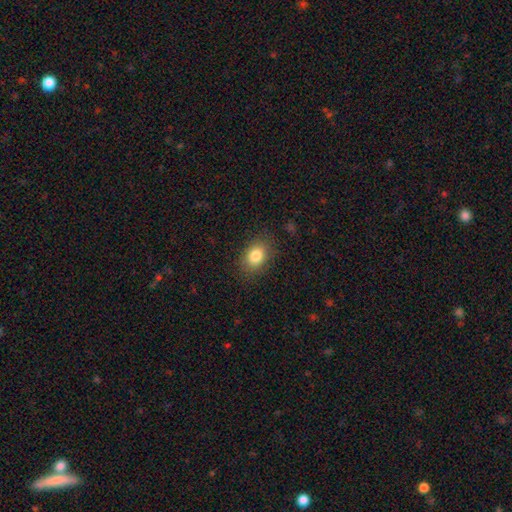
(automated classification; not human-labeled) Overall: smooth (83%). How rounded: in between (71%). Merging: none (84%).